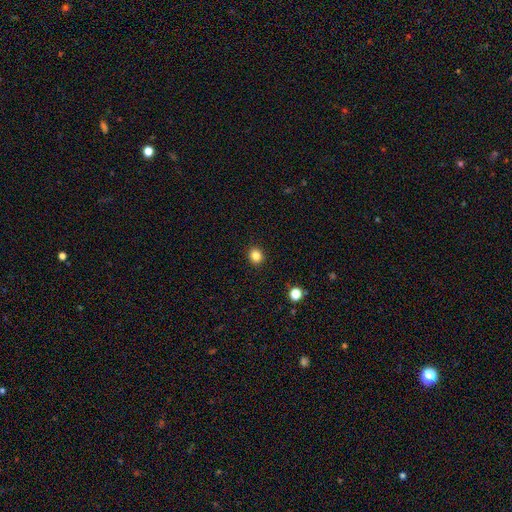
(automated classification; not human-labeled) Smooth or featured: smooth — 83% (star or artifact — 12%)
How rounded: round — 81% (in between — 18%)
Merging: none — 92% (minor disturbance — 5%)